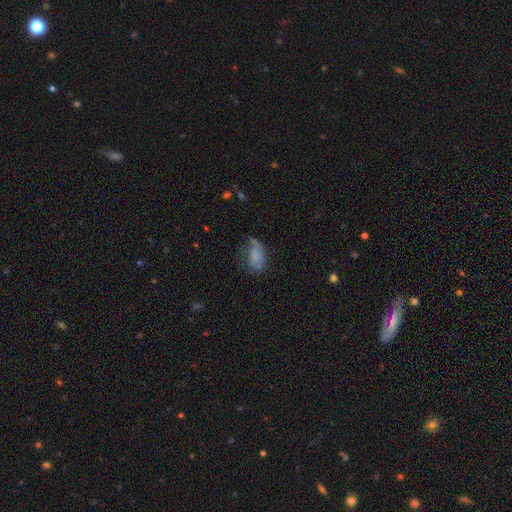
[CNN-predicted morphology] This appears to be a smooth galaxy with no disk features (55%) that is in between round and cigar-shaped (87%). Merging: major disturbance (34%).